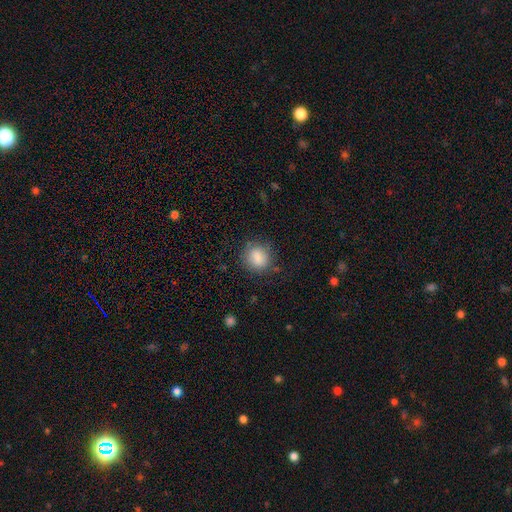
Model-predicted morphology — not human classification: Smooth or featured?
  - smooth: 85% *
  - star or artifact: 9%
  - featured or disk: 6%
How rounded?
  - round: 72% *
  - in between: 27%
  - cigar-shaped: 1%
Merging?
  - none: 77% *
  - minor disturbance: 15%
  - major disturbance: 5%
  - merger: 2%